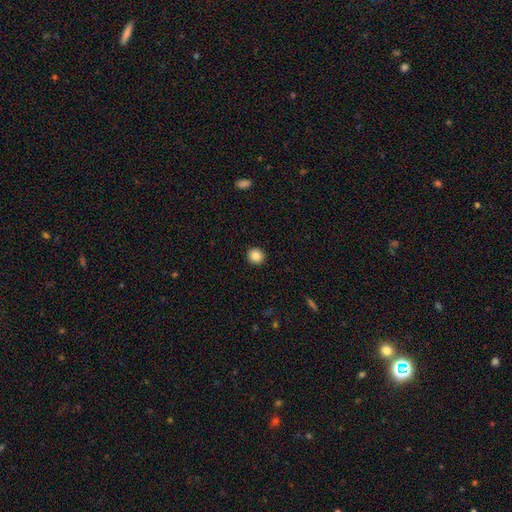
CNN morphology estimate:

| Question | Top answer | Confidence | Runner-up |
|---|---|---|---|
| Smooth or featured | smooth | 85% | star or artifact (10%) |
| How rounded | round | 93% | in between (6%) |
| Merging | none | 93% | minor disturbance (4%) |